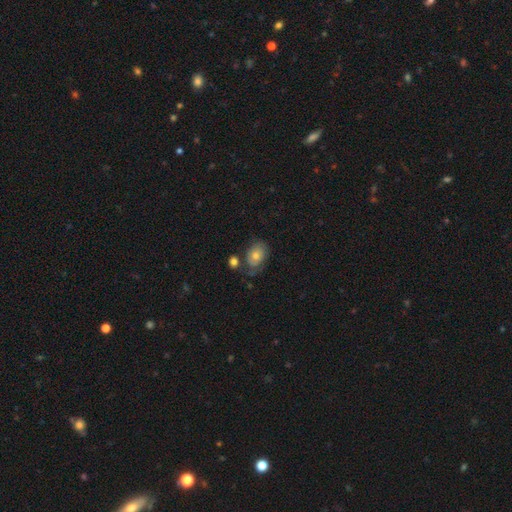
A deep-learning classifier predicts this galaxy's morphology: smooth_or_featured: smooth (p=0.54) [alt: featured or disk p=0.36]
how_rounded: in between (p=0.74) [alt: round p=0.25]
merging: none (p=0.53) [alt: minor disturbance p=0.24]